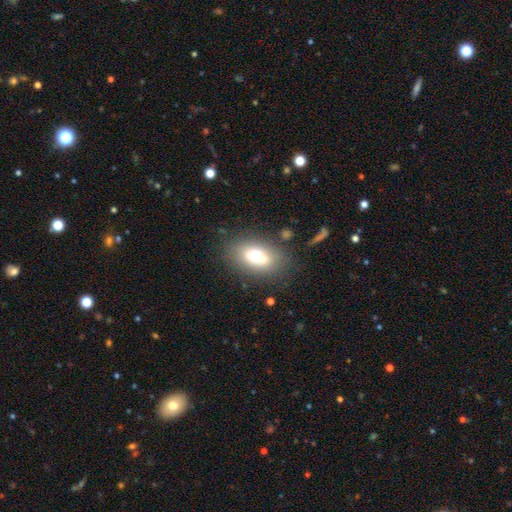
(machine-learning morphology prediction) Smooth or featured: smooth — 70% (featured or disk — 21%)
How rounded: in between — 86% (round — 11%)
Merging: none — 70% (minor disturbance — 17%)